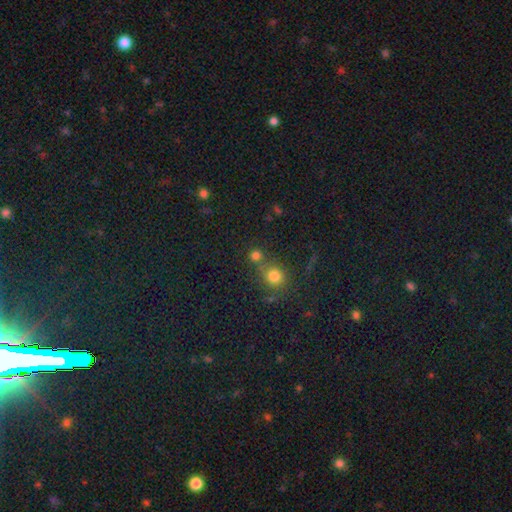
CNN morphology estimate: A smooth galaxy with no disk features (75%) that is round (90%). Merging: none (64%).